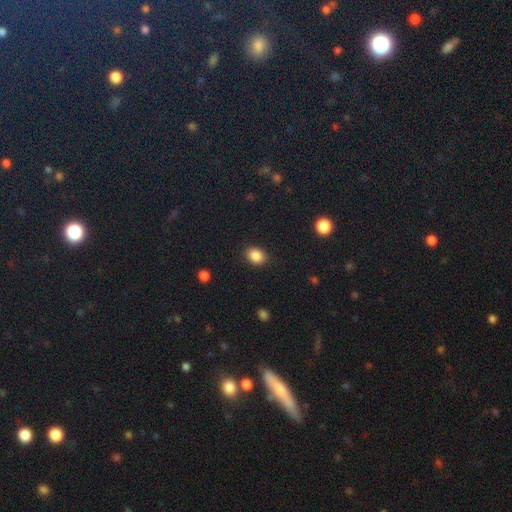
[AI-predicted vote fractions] Morphology: type=smooth (87%); roundness=in between (61%); merging=none (87%).